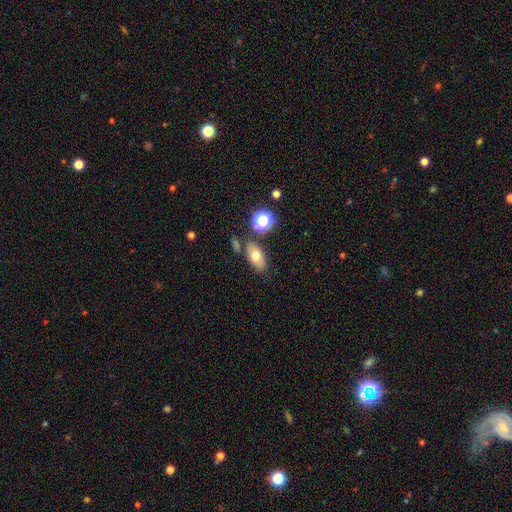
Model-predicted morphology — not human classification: The model was most divided on "smooth or featured": smooth: 70%, featured or disk: 18%, star or artifact: 13%. More confident: how rounded — in between (86%); merging — none (75%).